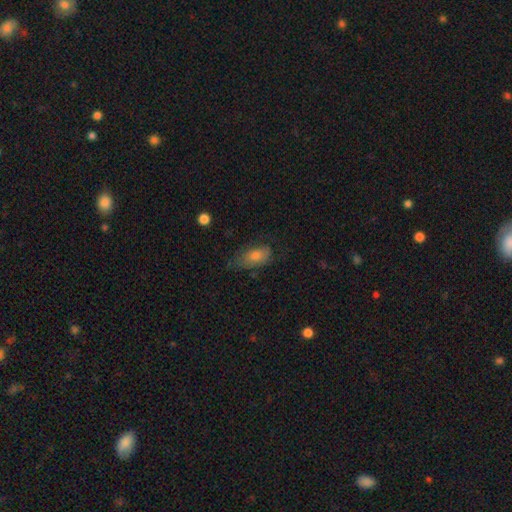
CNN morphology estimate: Smooth or featured?
  - smooth: 68% *
  - featured or disk: 22%
  - star or artifact: 10%
How rounded?
  - in between: 87% *
  - cigar-shaped: 7%
  - round: 6%
Merging?
  - none: 59% *
  - minor disturbance: 29%
  - major disturbance: 11%
  - merger: 2%